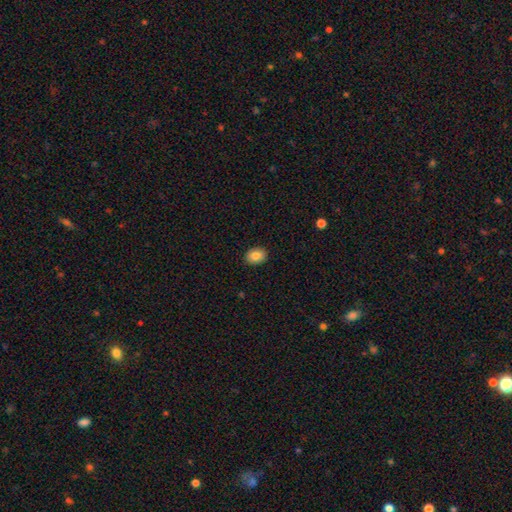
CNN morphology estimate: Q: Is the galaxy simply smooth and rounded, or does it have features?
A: smooth — 86%.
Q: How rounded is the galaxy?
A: in between — 66%.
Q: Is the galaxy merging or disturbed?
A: none — 91%.